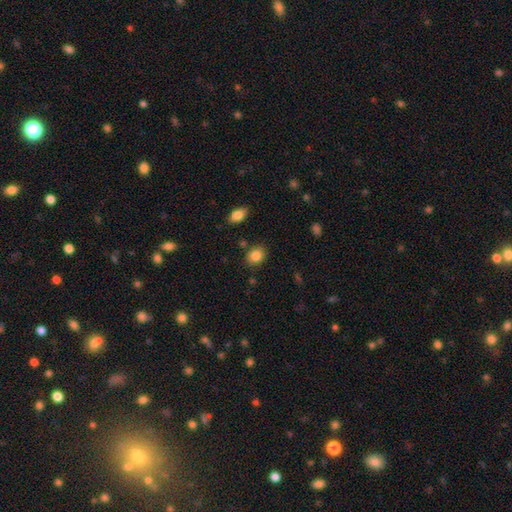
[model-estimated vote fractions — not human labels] Morphology: type=smooth (85%); roundness=in between (50%); merging=none (81%).